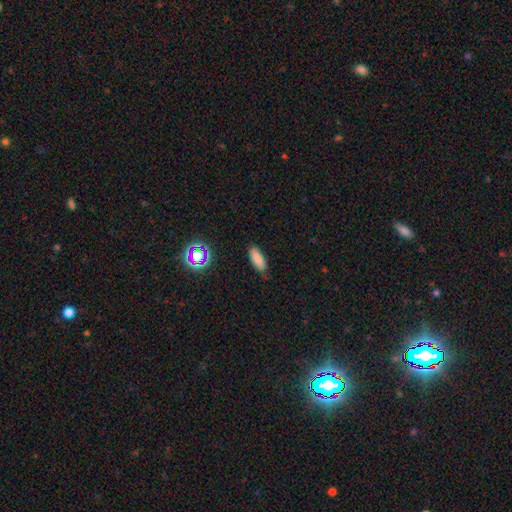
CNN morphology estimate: Overall: smooth (82%). How rounded: in between (73%). Merging: none (81%).